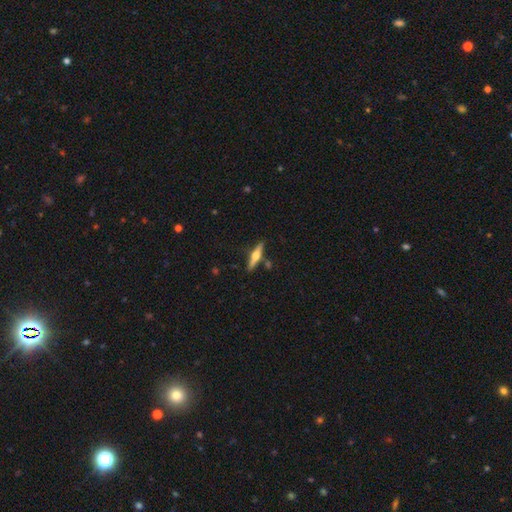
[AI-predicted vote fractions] Morphology: type=featured or disk (66%); edge-on=yes (97%); edge-on bulge=rounded (94%); merging=none (84%).